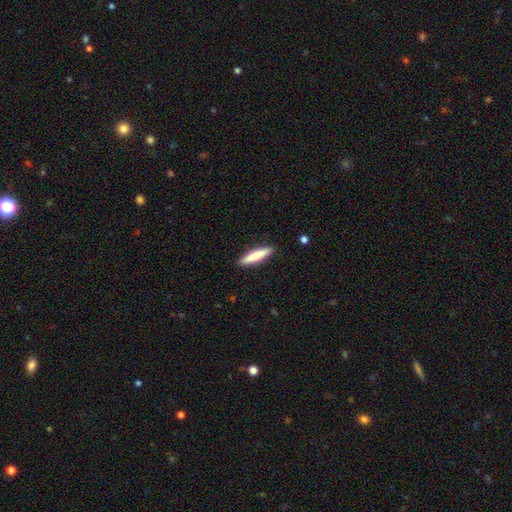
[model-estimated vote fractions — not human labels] Q: Smooth or featured?
A: smooth (80%); runner-up: featured or disk (15%)
Q: How rounded?
A: cigar-shaped (87%); runner-up: in between (12%)
Q: Merging?
A: none (90%); runner-up: minor disturbance (7%)